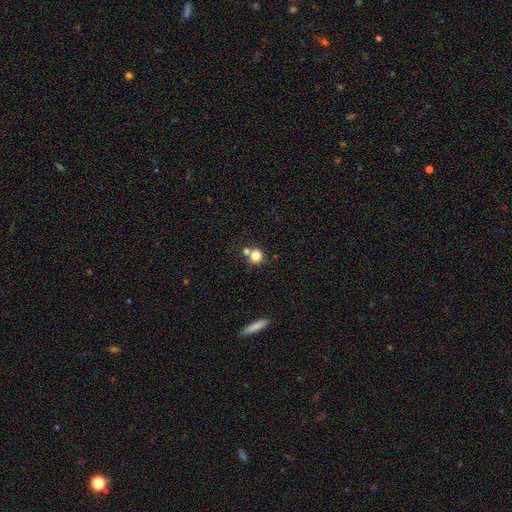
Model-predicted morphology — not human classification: This appears to be a smooth galaxy with no disk features (80%) that is round (88%). Merging: none (58%).